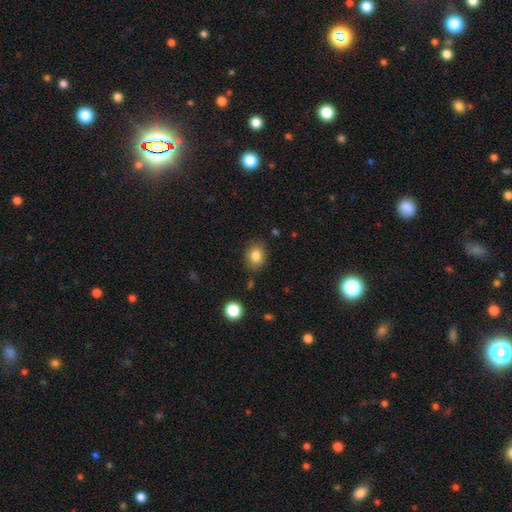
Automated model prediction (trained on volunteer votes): Smooth or featured? Predicted: smooth (p=0.83). How rounded? Predicted: round (p=0.57). Merging? Predicted: none (p=0.81).